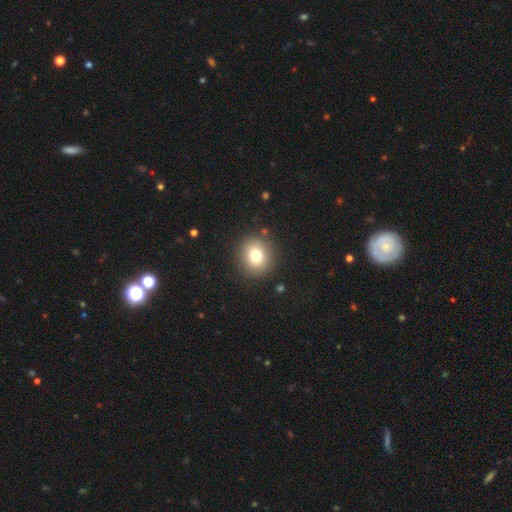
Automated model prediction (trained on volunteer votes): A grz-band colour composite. It shows a smooth galaxy with no disk features (76%) that is round (87%). Merging: none (89%).